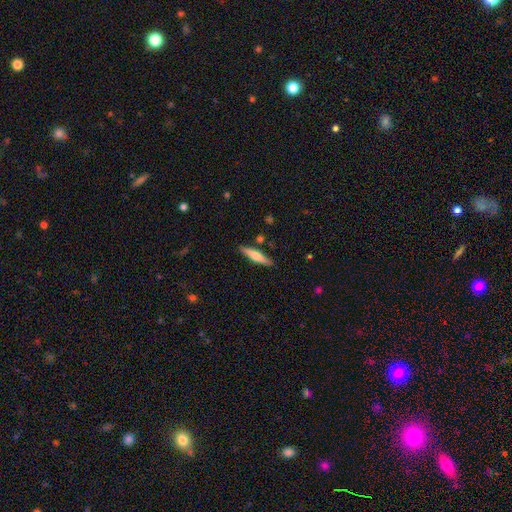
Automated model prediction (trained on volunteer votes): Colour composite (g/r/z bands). It shows a smooth galaxy with no disk features (52%) that is cigar-shaped (86%). Merging: none (87%).